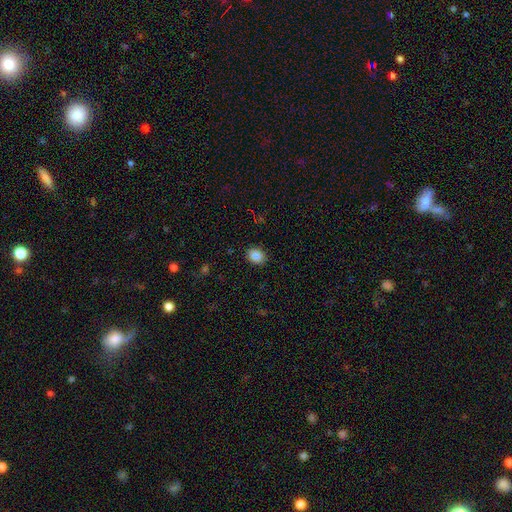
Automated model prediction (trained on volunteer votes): A smooth galaxy with no disk features (87%) that is round (50%). Merging: none (89%).